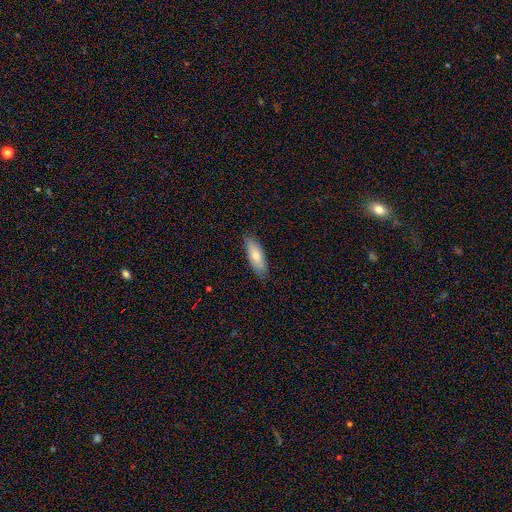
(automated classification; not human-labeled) A smooth galaxy with no disk features (75%) that is in between round and cigar-shaped (62%).

Vote fractions:
- Smooth or featured? smooth: 75% / featured or disk: 19% / star or artifact: 6%
- How rounded? in between: 62% / cigar-shaped: 36% / round: 2%
- Merging? none: 85% / minor disturbance: 12% / major disturbance: 2% / merger: 1%